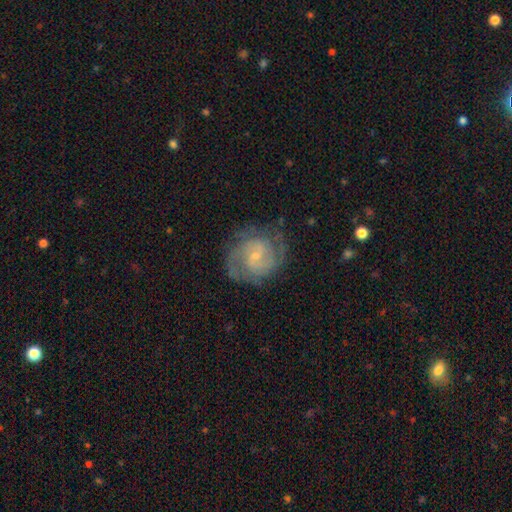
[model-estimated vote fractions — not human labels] This appears to be a featured or disk galaxy (83%) with a weak bar (48%), 2 (66%) tight (49%) spiral arms (96%) and a small central bulge (75%). Merging: none (77%).